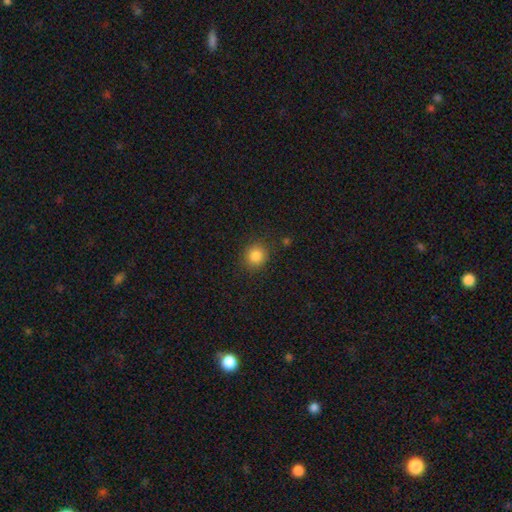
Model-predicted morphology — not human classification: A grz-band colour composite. It shows a smooth galaxy with no disk features (85%) that is round (84%). Merging: none (86%).